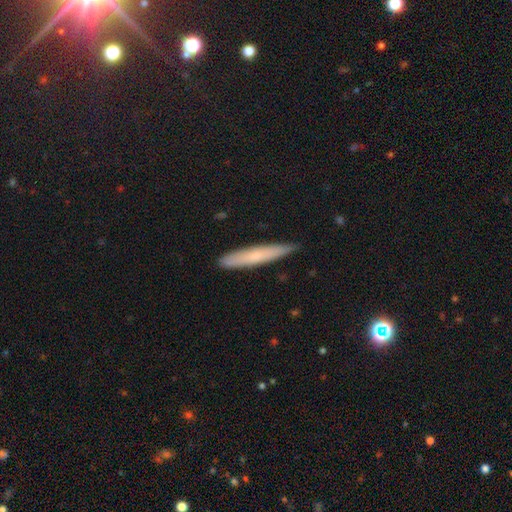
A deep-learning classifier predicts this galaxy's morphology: The model was most divided on "smooth or featured": smooth: 64%, featured or disk: 30%, star or artifact: 6%. More confident: how rounded — cigar-shaped (94%); merging — none (88%).